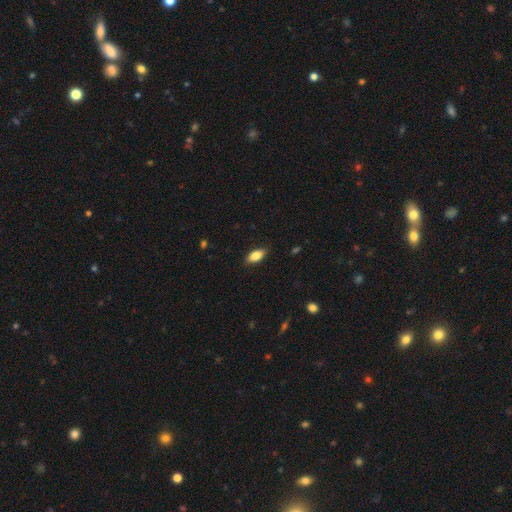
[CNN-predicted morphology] smooth 83%, featured or disk 10%, star or artifact 7%. Down the decision tree: how rounded — in between (88%); merging — none (85%).